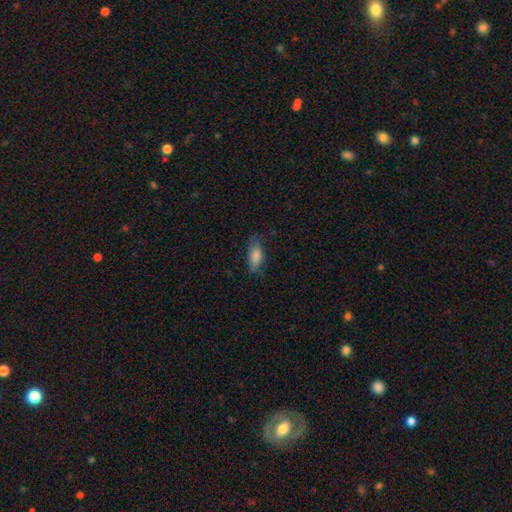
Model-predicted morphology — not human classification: A smooth galaxy with no disk features (78%) that is in between round and cigar-shaped (78%).

Vote fractions:
- Smooth or featured? smooth: 78% / featured or disk: 13% / star or artifact: 8%
- How rounded? in between: 78% / cigar-shaped: 19% / round: 3%
- Merging? none: 72% / minor disturbance: 21% / major disturbance: 6% / merger: 1%